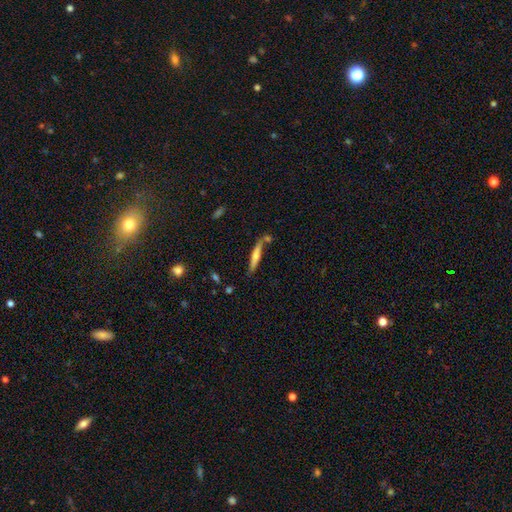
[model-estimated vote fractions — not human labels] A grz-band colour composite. It shows a smooth galaxy with no disk features (49%). Merging: none (72%).